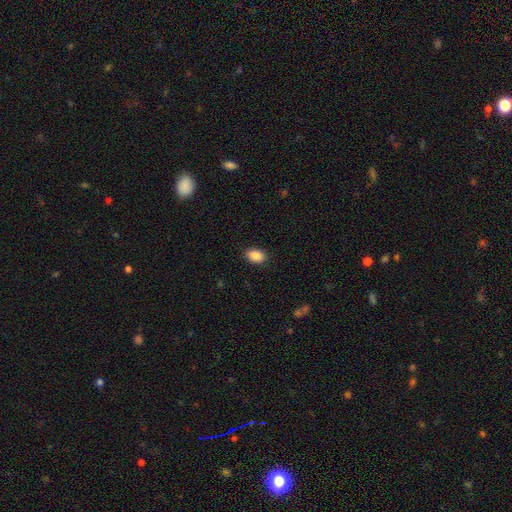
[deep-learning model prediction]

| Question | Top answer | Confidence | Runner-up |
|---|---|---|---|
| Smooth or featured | smooth | 89% | star or artifact (8%) |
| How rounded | in between | 88% | round (10%) |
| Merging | none | 88% | minor disturbance (9%) |